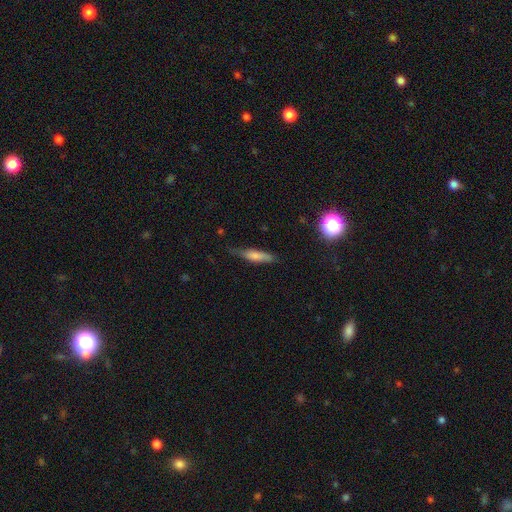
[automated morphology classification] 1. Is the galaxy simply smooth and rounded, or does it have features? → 67% smooth, 25% featured or disk, 8% star or artifact.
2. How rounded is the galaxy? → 72% cigar-shaped, 26% in between, 2% round.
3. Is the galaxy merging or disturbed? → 66% none, 26% minor disturbance, 6% major disturbance, 2% merger.